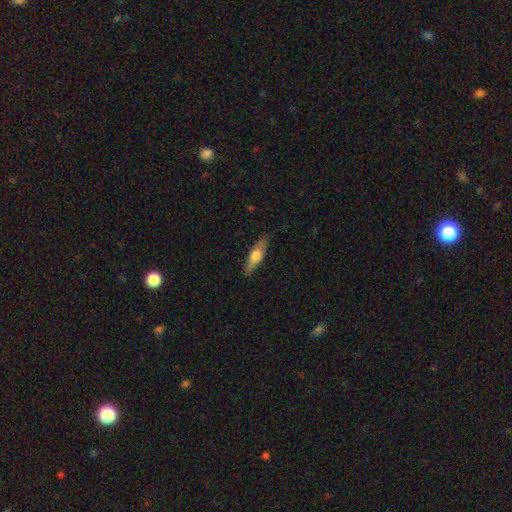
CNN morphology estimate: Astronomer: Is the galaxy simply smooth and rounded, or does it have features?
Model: smooth — 52% (runner-up: featured or disk, 42%).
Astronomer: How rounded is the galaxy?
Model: cigar-shaped — 59% (runner-up: in between, 38%).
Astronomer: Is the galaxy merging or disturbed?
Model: none — 83%.